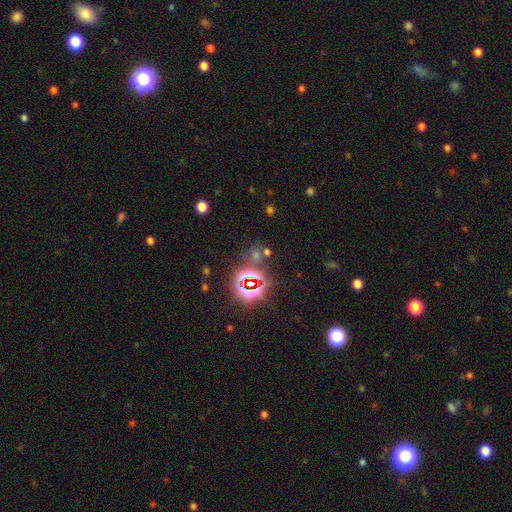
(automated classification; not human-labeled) smooth-or-featured: star or artifact: 70% | smooth: 22% | featured or disk: 8%